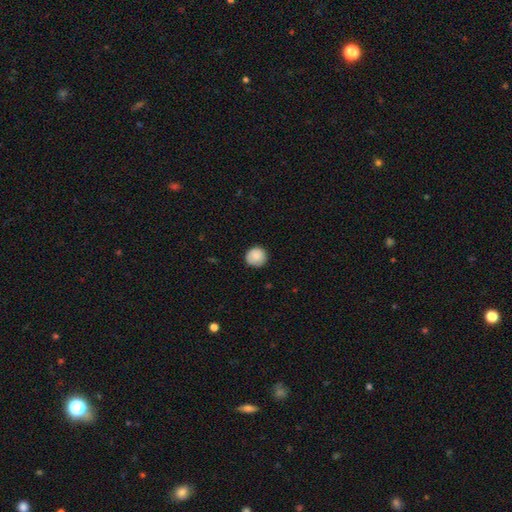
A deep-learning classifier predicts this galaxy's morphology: Overall: smooth (87%). How rounded: round (91%). Merging: none (83%).